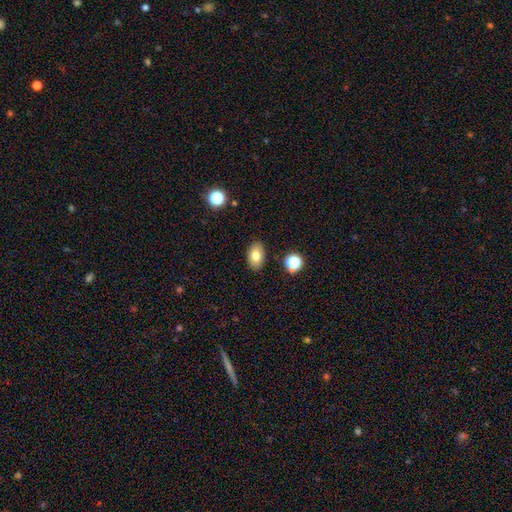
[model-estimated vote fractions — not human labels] Morphology: type=smooth (78%); roundness=in between (88%); merging=none (87%).